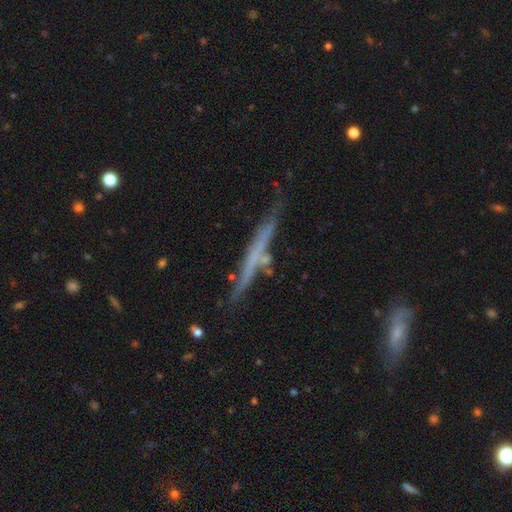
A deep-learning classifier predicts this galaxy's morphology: The model was most divided on "smooth or featured": featured or disk: 58%, smooth: 34%, star or artifact: 9%. More confident: edge-on disk — yes (93%); edge-on bulge — none (83%); merging — none (70%).